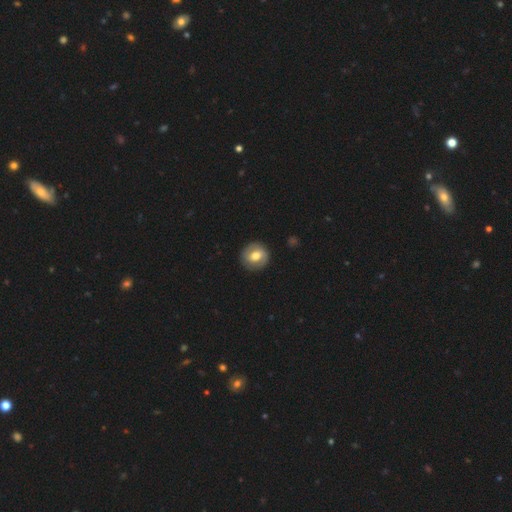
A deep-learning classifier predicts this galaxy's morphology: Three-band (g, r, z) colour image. It shows a smooth galaxy with no disk features (52%) that is round (85%). Merging: none (87%).